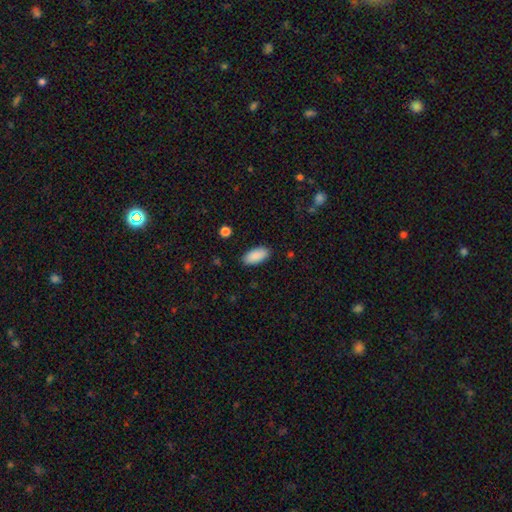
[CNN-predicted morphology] The model was most divided on "merging": none: 89%, minor disturbance: 8%, major disturbance: 2%, merger: 1%. More confident: how rounded — in between (91%); smooth or featured — smooth (90%).